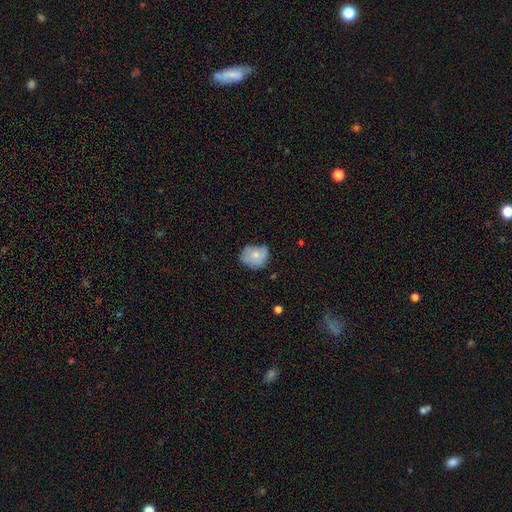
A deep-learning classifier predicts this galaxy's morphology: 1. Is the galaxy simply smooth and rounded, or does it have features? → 66% smooth, 26% featured or disk, 8% star or artifact.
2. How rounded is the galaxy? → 53% round, 46% in between, 1% cigar-shaped.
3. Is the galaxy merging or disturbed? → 52% none, 36% minor disturbance, 10% major disturbance, 2% merger.